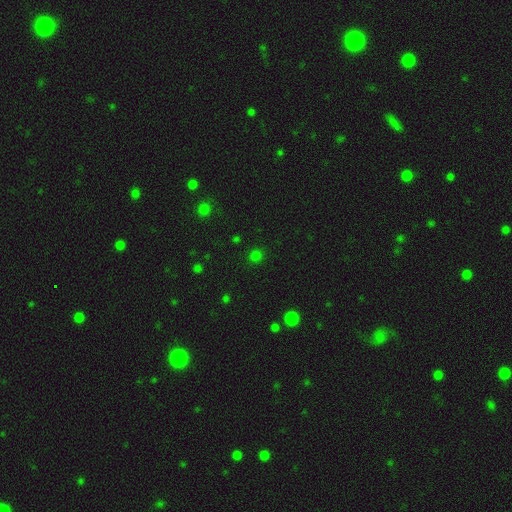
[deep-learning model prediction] smooth-or-featured: smooth: 72% | star or artifact: 25% | featured or disk: 4%
  how-rounded: round: 89% | in between: 10% | cigar-shaped: 1%
  merging: none: 88% | minor disturbance: 8% | major disturbance: 3% | merger: 2%